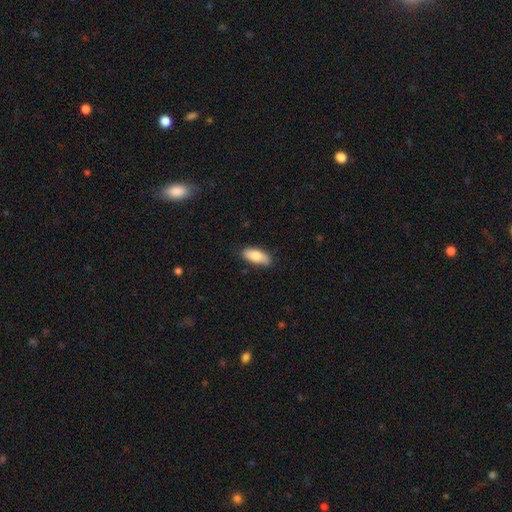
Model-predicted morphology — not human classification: A smooth galaxy with no disk features (80%) that is in between round and cigar-shaped (83%). Merging: none (82%).